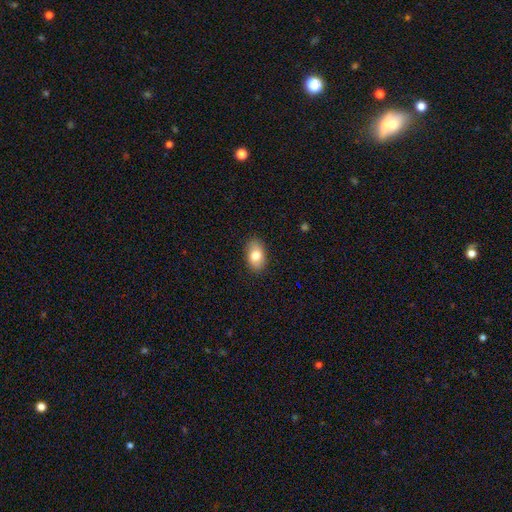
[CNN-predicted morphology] This is clearly a smooth galaxy (80%). How rounded: clearly in between (90%). Merging: clearly none (87%).